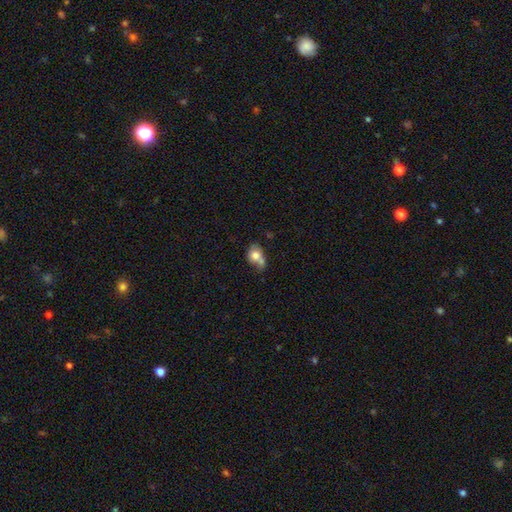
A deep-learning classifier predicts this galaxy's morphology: Overall: smooth (73%). How rounded: round (50%; in between 49%). Merging: merger (35%; none 30%).